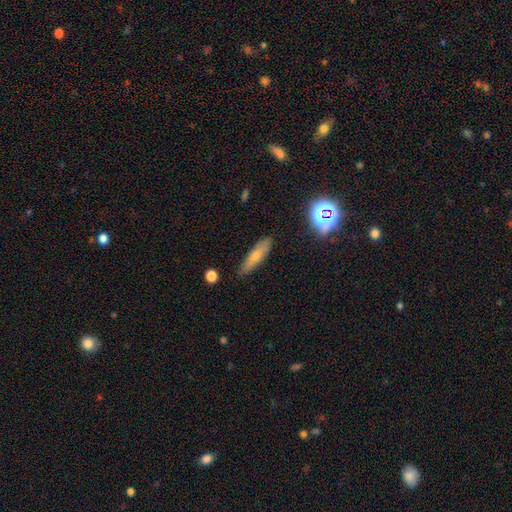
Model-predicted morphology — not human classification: Smooth or featured? smooth (67%)
How rounded? cigar-shaped (67%)
Merging? none (83%)